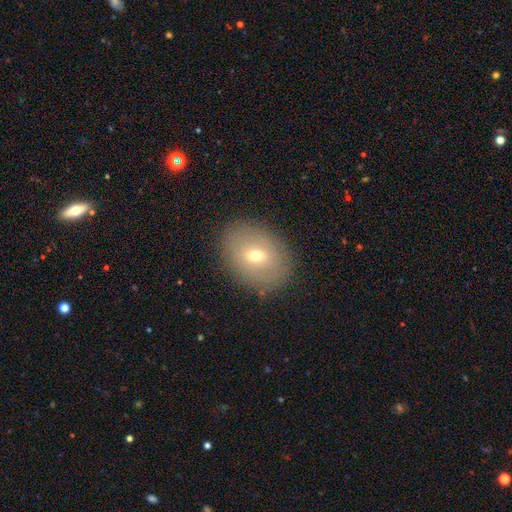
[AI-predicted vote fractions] Smooth or featured?
  - smooth: 59% *
  - featured or disk: 30%
  - star or artifact: 11%
How rounded?
  - in between: 64% *
  - round: 34%
  - cigar-shaped: 1%
Merging?
  - none: 85% *
  - minor disturbance: 10%
  - major disturbance: 4%
  - merger: 1%